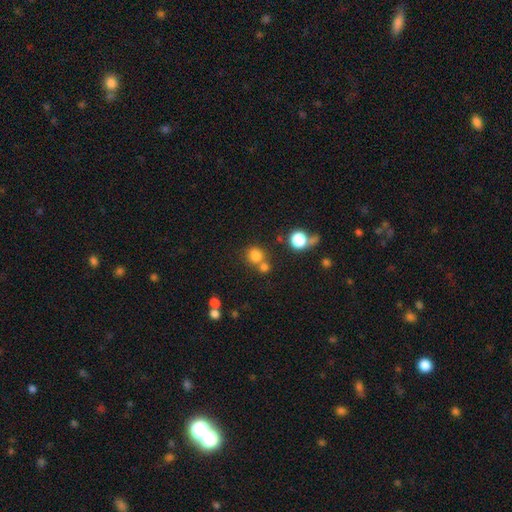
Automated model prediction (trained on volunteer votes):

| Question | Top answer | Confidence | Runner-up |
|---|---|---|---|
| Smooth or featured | smooth | 78% | star or artifact (16%) |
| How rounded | round | 83% | in between (16%) |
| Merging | none | 57% | merger (30%) |